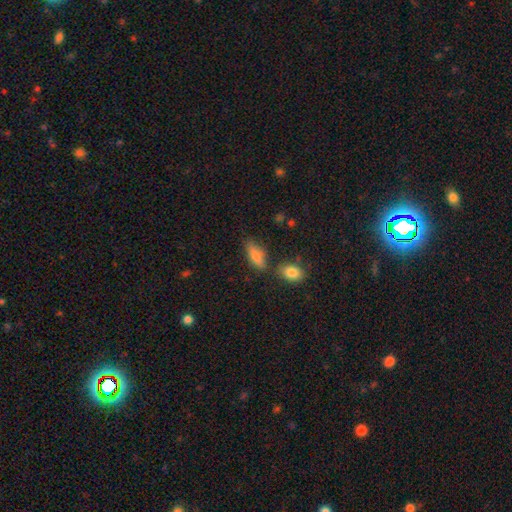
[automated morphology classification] A smooth galaxy with no disk features (76%) that is in between round and cigar-shaped (67%). Merging: none (64%).